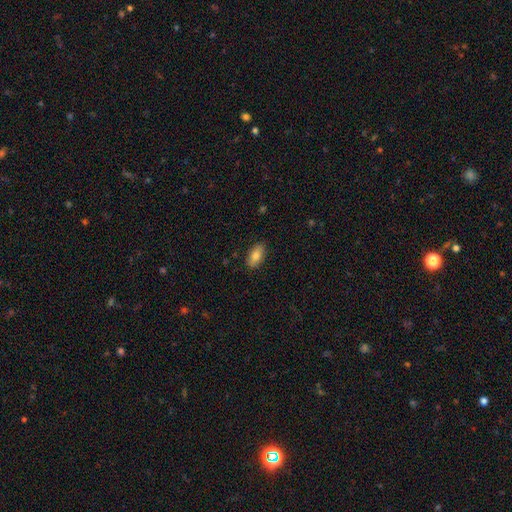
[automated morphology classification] Smooth or featured?
  - smooth: 79% *
  - featured or disk: 14%
  - star or artifact: 7%
How rounded?
  - in between: 89% *
  - cigar-shaped: 7%
  - round: 4%
Merging?
  - none: 87% *
  - minor disturbance: 10%
  - major disturbance: 2%
  - merger: 1%